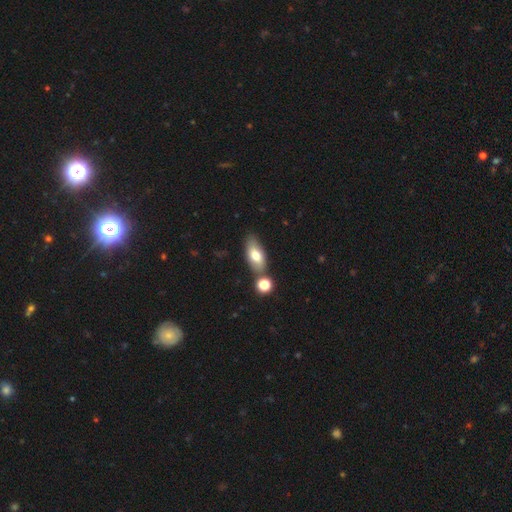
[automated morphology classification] A smooth galaxy with no disk features (71%) that is in between round and cigar-shaped (85%). Merging: none (67%).